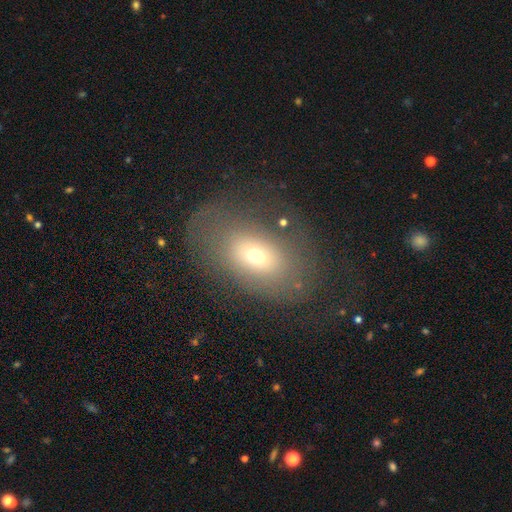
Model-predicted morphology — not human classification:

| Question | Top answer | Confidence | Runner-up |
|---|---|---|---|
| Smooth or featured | smooth | 59% | featured or disk (27%) |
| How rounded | in between | 77% | round (21%) |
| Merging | none | 52% | major disturbance (25%) |